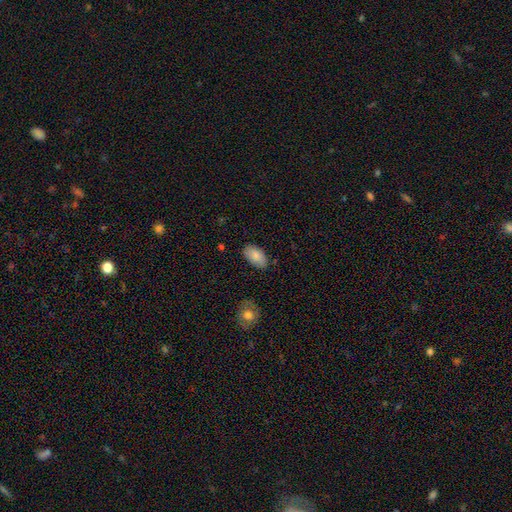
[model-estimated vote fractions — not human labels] smooth_or_featured: smooth (p=0.86) [alt: featured or disk p=0.08]
how_rounded: in between (p=0.94) [alt: round p=0.04]
merging: none (p=0.82) [alt: minor disturbance p=0.14]